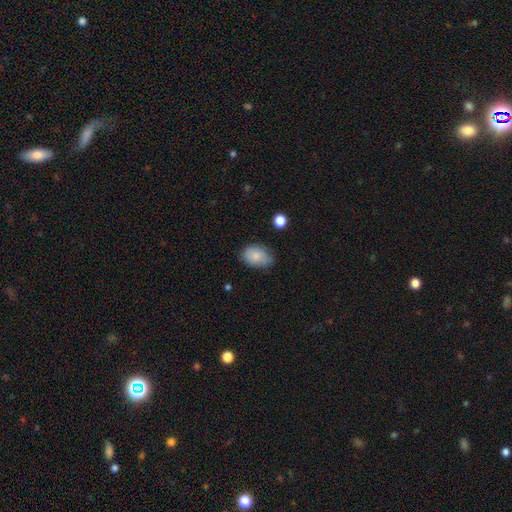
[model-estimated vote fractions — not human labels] smooth_or_featured: smooth (p=0.83) [alt: featured or disk p=0.10]
how_rounded: in between (p=0.82) [alt: round p=0.17]
merging: none (p=0.67) [alt: minor disturbance p=0.26]